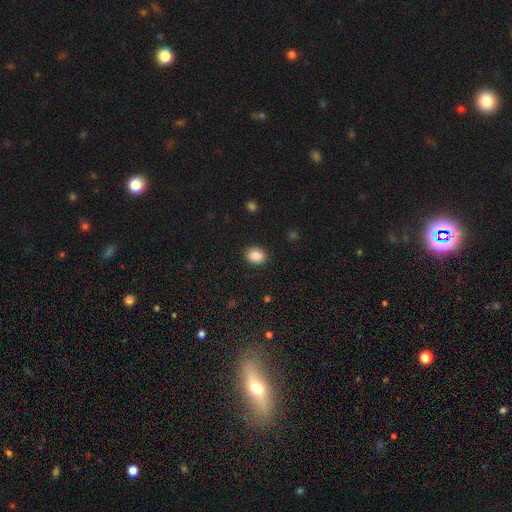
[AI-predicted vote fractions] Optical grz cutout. It shows a smooth galaxy with no disk features (89%) that is in between round and cigar-shaped (58%). Merging: none (89%).